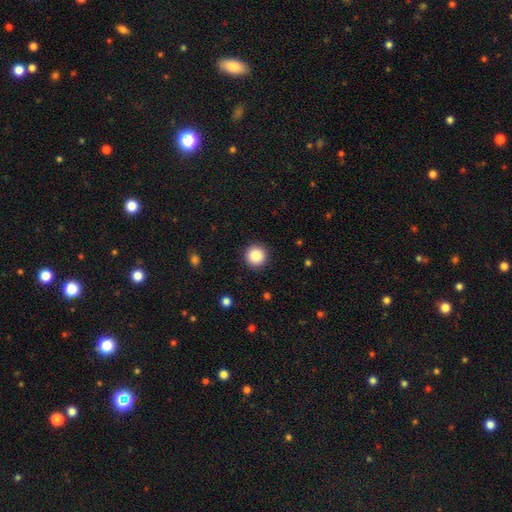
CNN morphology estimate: type=smooth (87%); roundness=round (96%); merging=none (91%).